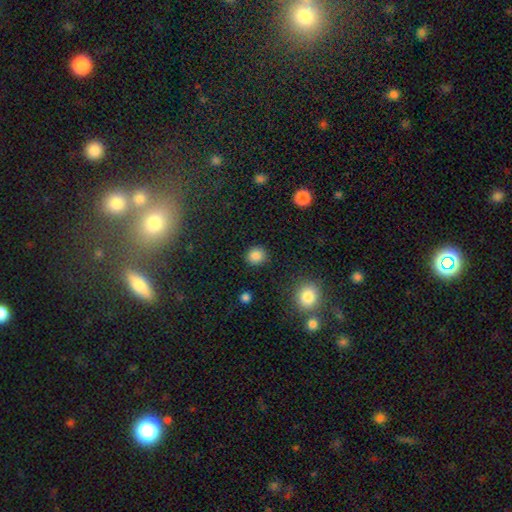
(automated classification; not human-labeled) Smooth or featured: smooth — 86% (star or artifact — 10%)
How rounded: round — 86% (in between — 13%)
Merging: none — 90% (minor disturbance — 6%)